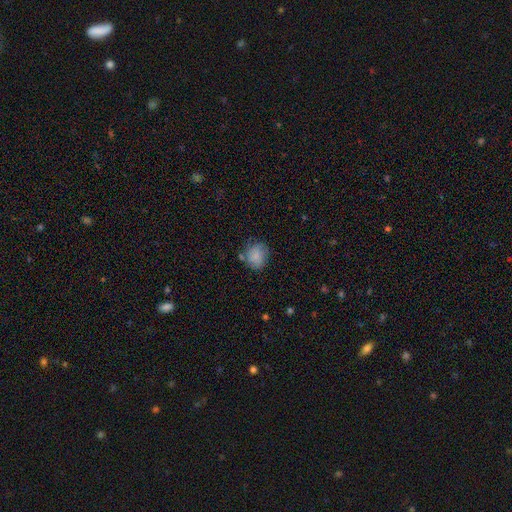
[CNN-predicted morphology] smooth 82%, featured or disk 10%, star or artifact 8%. Down the decision tree: how rounded — round (73%); merging — none (67%).